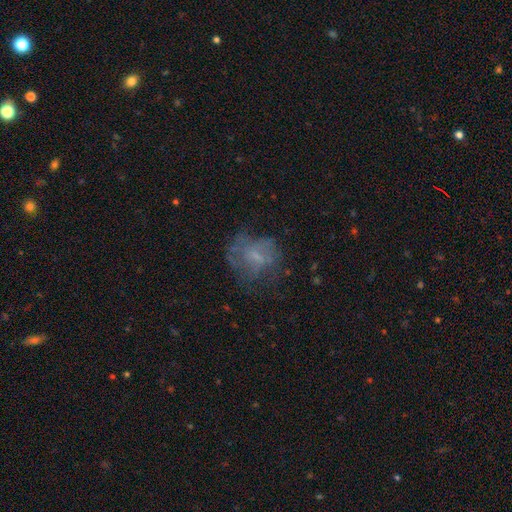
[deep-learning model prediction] Overall: featured or disk (48%; smooth 37%). Merging: none (53%; major disturbance 24%).